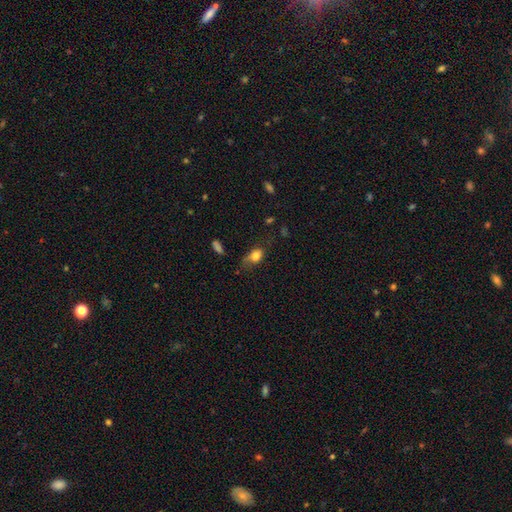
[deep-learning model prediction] Smooth or featured? Predicted: smooth (p=0.77). How rounded? Predicted: in between (p=0.75). Merging? Predicted: none (p=0.44).